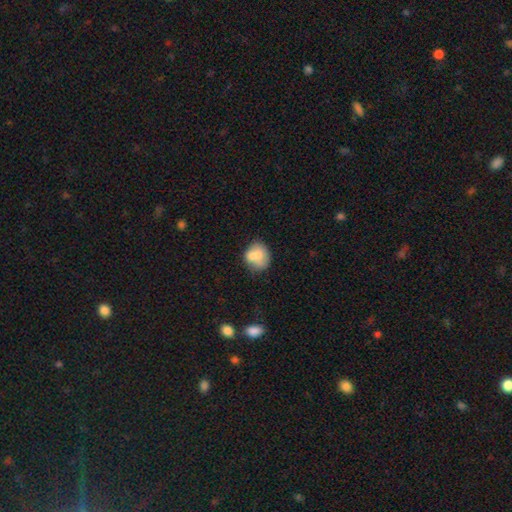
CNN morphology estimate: Q: Smooth or featured?
A: smooth (72%); runner-up: featured or disk (19%)
Q: How rounded?
A: round (61%); runner-up: in between (38%)
Q: Merging?
A: none (45%); runner-up: merger (24%)